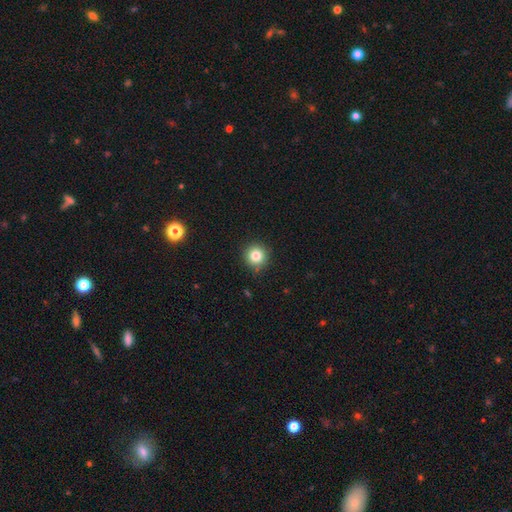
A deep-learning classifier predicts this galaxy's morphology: Q: Smooth or featured?
A: smooth (83%); runner-up: star or artifact (11%)
Q: How rounded?
A: round (94%); runner-up: in between (5%)
Q: Merging?
A: none (89%); runner-up: minor disturbance (8%)